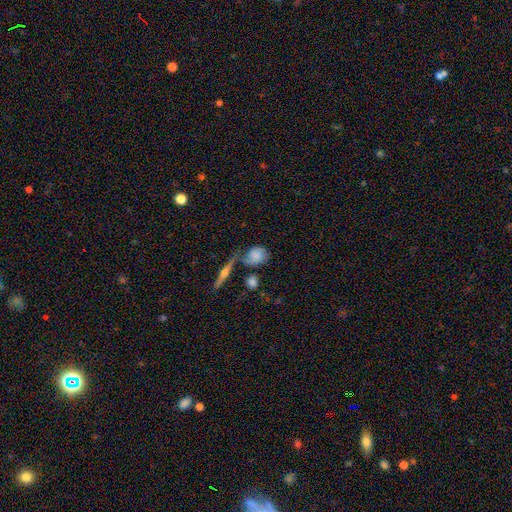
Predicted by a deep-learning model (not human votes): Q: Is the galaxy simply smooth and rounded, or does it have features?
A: smooth — 62%.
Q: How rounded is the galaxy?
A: round — 54%.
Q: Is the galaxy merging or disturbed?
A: none — 49%.